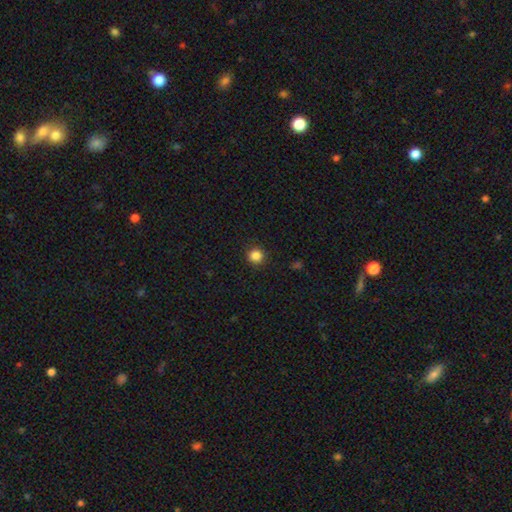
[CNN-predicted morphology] Smooth or featured?
  - smooth: 85% *
  - star or artifact: 11%
  - featured or disk: 3%
How rounded?
  - round: 94% *
  - in between: 5%
  - cigar-shaped: 1%
Merging?
  - none: 92% *
  - minor disturbance: 5%
  - major disturbance: 2%
  - merger: 1%